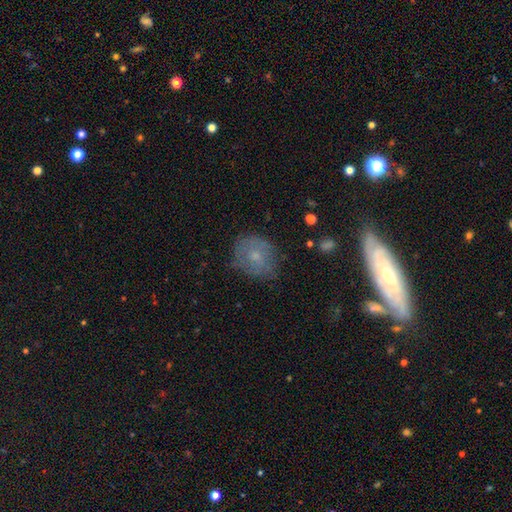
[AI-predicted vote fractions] Q: Smooth or featured?
A: smooth (55%); runner-up: featured or disk (34%)
Q: How rounded?
A: round (66%); runner-up: in between (33%)
Q: Merging?
A: none (68%); runner-up: minor disturbance (23%)